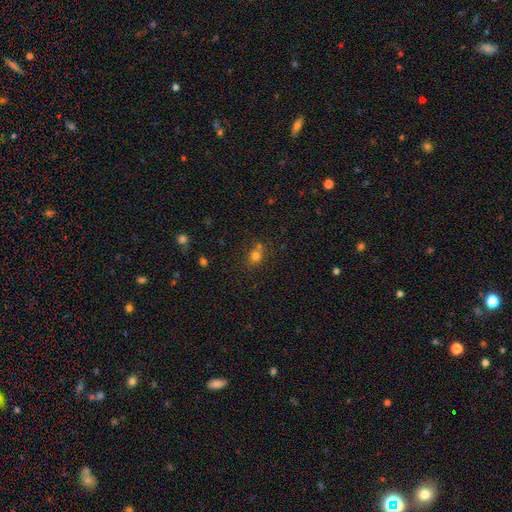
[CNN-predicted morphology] This appears to be a smooth galaxy with no disk features (75%) that is round (69%). Merging: none (58%).